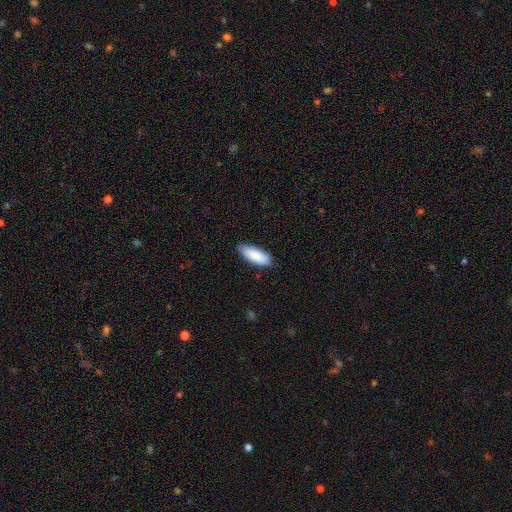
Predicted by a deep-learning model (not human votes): Smooth or featured? smooth (88%)
How rounded? in between (74%)
Merging? none (84%)